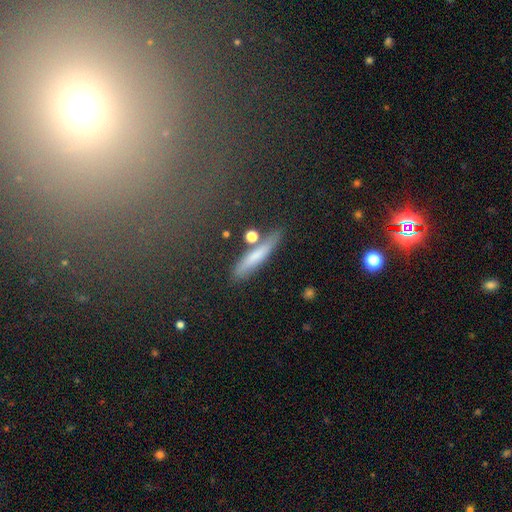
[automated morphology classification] smooth_or_featured: smooth (p=0.68) [alt: featured or disk p=0.24]
how_rounded: cigar-shaped (p=0.87) [alt: in between p=0.10]
merging: none (p=0.73) [alt: minor disturbance p=0.14]